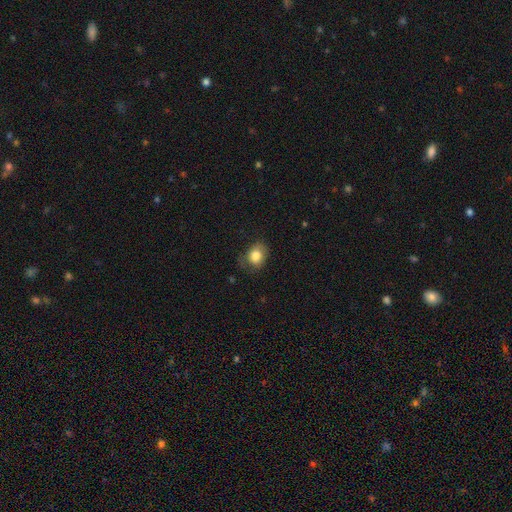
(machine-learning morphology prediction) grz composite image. It shows a smooth galaxy with no disk features (81%) that is in between round and cigar-shaped (53%). Merging: none (61%).